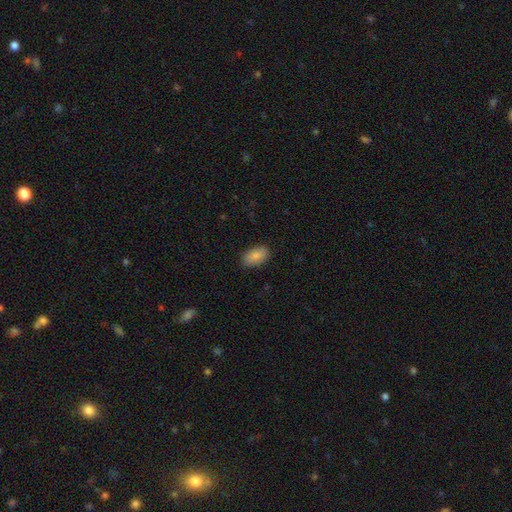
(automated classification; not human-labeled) Smooth or featured: smooth — 87% (star or artifact — 7%)
How rounded: in between — 93% (round — 4%)
Merging: none — 88% (minor disturbance — 9%)